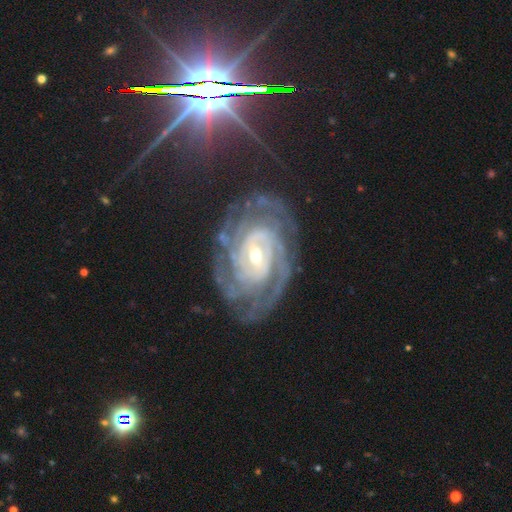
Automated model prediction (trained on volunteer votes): The model was most divided on "spiral arm count": can't tell: 25%, 3: 20%, 2: 19%, 4: 18%, more than 4: 11%, 1: 7%. Remaining: spiral arms — yes (98%); edge-on disk — no (96%); smooth or featured — featured or disk (90%); spiral winding — tight (75%); merging — none (71%); bulge size — small (53%); bar — weak (41%).